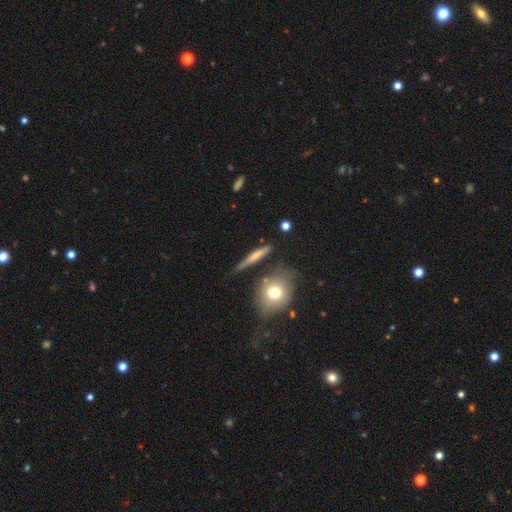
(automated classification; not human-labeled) This appears to be a smooth galaxy with no disk features (56%) that is cigar-shaped (84%). Merging: none (73%).